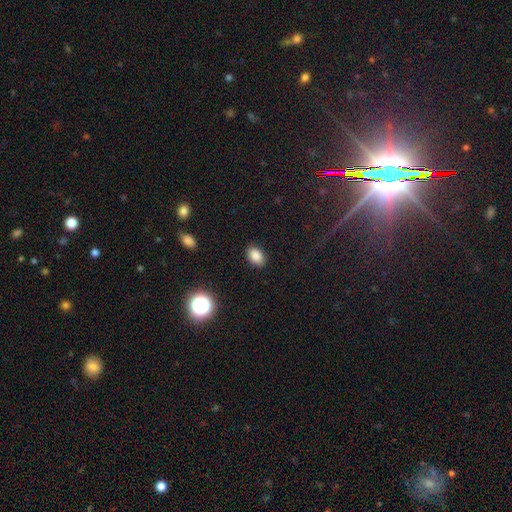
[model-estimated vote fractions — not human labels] This is clearly a smooth galaxy (85%). How rounded: clearly in between (83%). Merging: clearly none (88%).